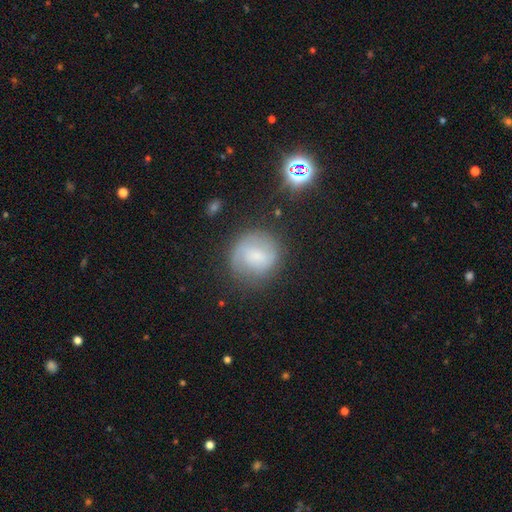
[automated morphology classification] The model was most divided on "smooth or featured": smooth: 48%, featured or disk: 40%, star or artifact: 12%. More confident: merging — none (68%).